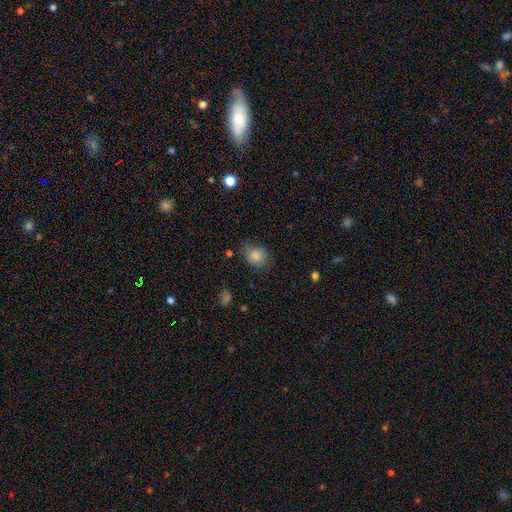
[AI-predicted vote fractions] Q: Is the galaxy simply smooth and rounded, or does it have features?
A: smooth — 82%.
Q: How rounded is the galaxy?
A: round — 50%.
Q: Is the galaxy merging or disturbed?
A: none — 66%.